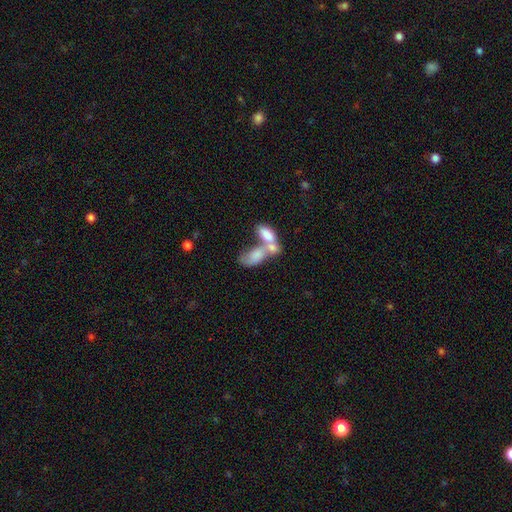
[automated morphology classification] A smooth galaxy with no disk features (70%) that is in between round and cigar-shaped (85%). Merging: merger (74%).